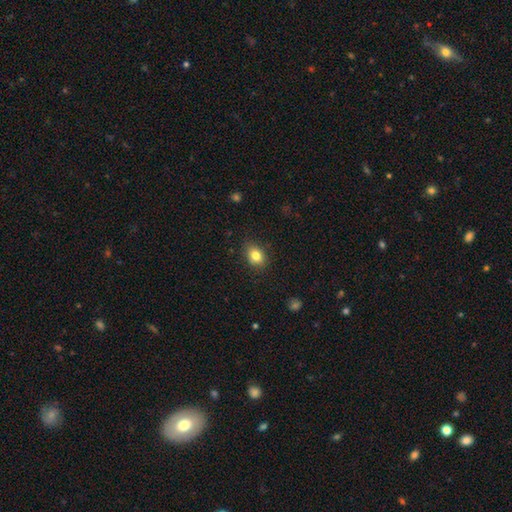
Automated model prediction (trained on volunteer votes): A smooth galaxy with no disk features (82%) that is in between round and cigar-shaped (63%). Merging: none (84%).